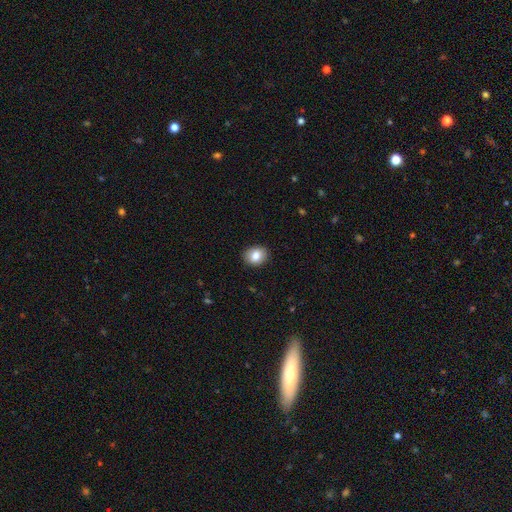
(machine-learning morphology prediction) Overall: smooth (83%). How rounded: round (52%; in between 47%). Merging: none (90%).